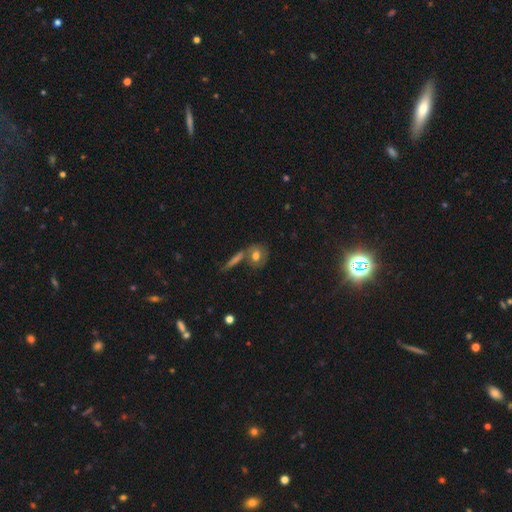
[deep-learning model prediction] Smooth or featured? smooth (42%)
Merging? none (56%)